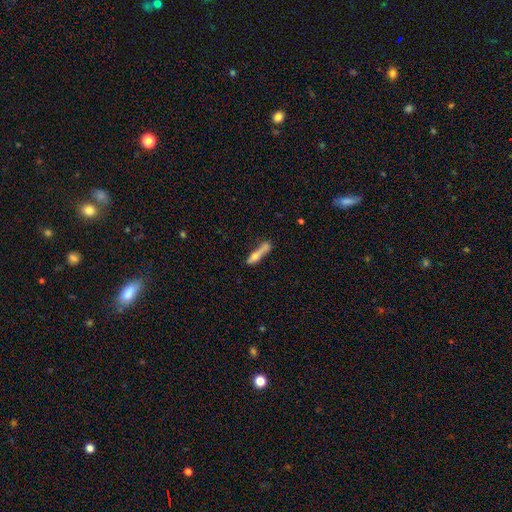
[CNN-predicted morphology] Smooth or featured? smooth (55%)
How rounded? cigar-shaped (81%)
Merging? none (41%)